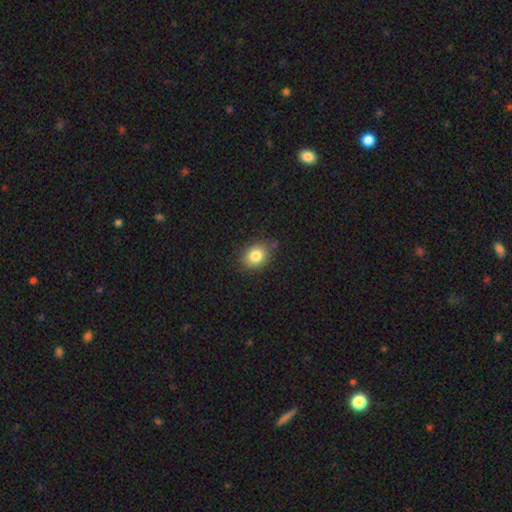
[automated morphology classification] Smooth or featured? Predicted: smooth (p=0.82). How rounded? Predicted: round (p=0.53). Merging? Predicted: none (p=0.81).